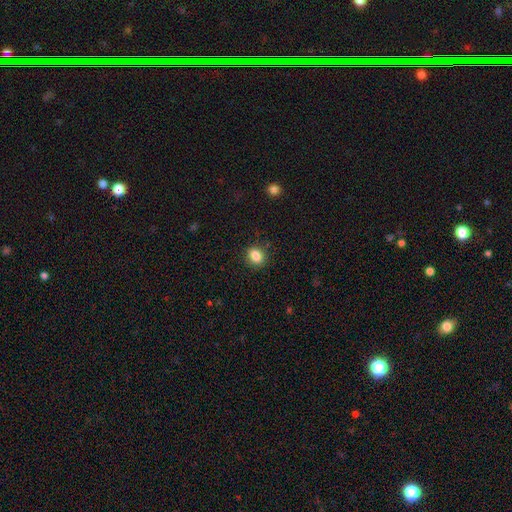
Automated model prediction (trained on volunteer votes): Smooth or featured?
  - smooth: 85% *
  - star or artifact: 10%
  - featured or disk: 5%
How rounded?
  - in between: 50% *
  - round: 48%
  - cigar-shaped: 1%
Merging?
  - none: 87% *
  - minor disturbance: 9%
  - major disturbance: 2%
  - merger: 1%